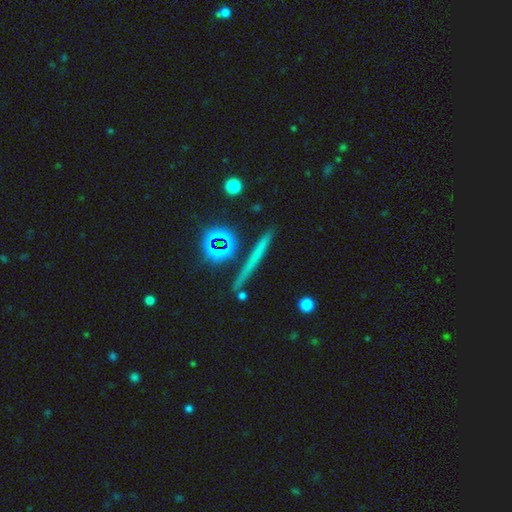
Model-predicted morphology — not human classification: Overall: smooth (39%; featured or disk 35%). Merging: none (83%).